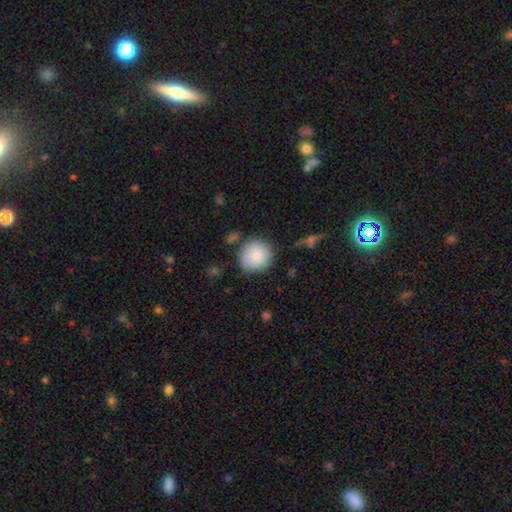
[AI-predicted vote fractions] The model was most divided on "merging": none: 80%, minor disturbance: 13%, merger: 4%, major disturbance: 3%. More confident: how rounded — round (93%); smooth or featured — smooth (85%).